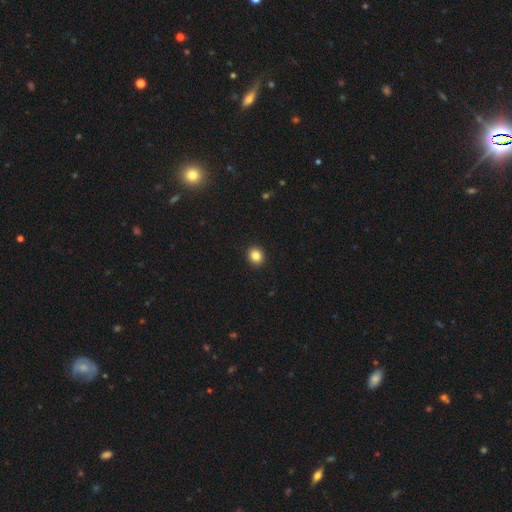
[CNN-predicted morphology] smooth 85%, star or artifact 10%, featured or disk 5%. Down the decision tree: how rounded — round (82%); merging — none (93%).